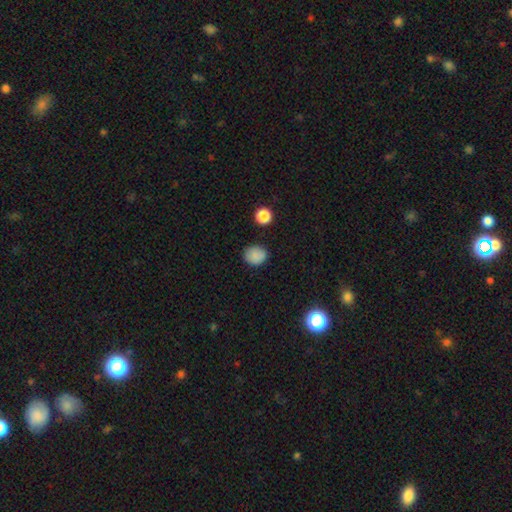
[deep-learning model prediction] Q: Smooth or featured?
A: smooth (85%); runner-up: star or artifact (11%)
Q: How rounded?
A: round (74%); runner-up: in between (25%)
Q: Merging?
A: none (83%); runner-up: minor disturbance (13%)